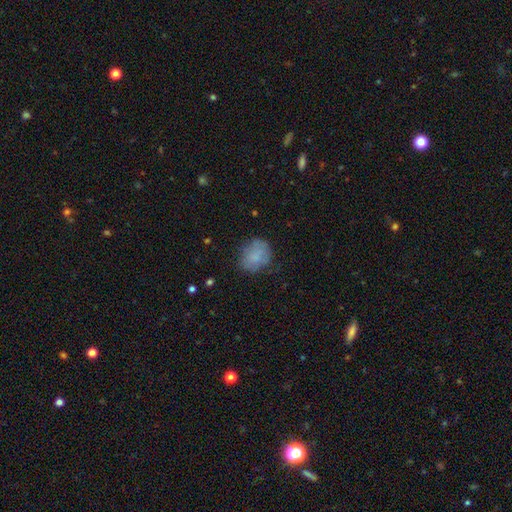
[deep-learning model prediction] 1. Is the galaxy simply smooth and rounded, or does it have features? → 76% smooth, 15% featured or disk, 9% star or artifact.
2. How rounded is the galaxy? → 58% round, 41% in between, 1% cigar-shaped.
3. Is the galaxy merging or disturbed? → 67% none, 23% minor disturbance, 8% major disturbance, 2% merger.